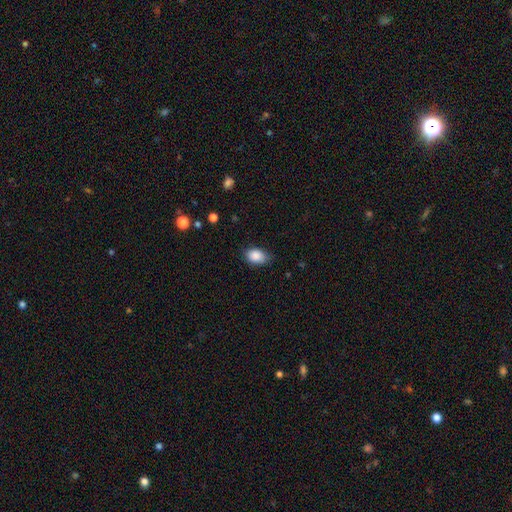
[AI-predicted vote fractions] Smooth or featured? smooth (88%)
How rounded? in between (84%)
Merging? none (75%)